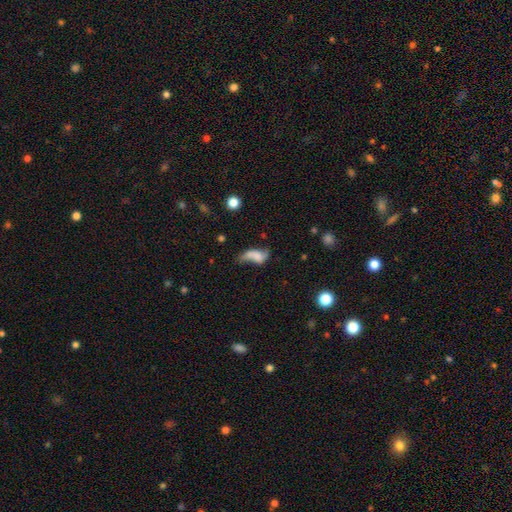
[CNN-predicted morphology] Q: Smooth or featured?
A: featured or disk (48%); runner-up: smooth (40%)
Q: Merging?
A: none (34%); runner-up: major disturbance (27%)